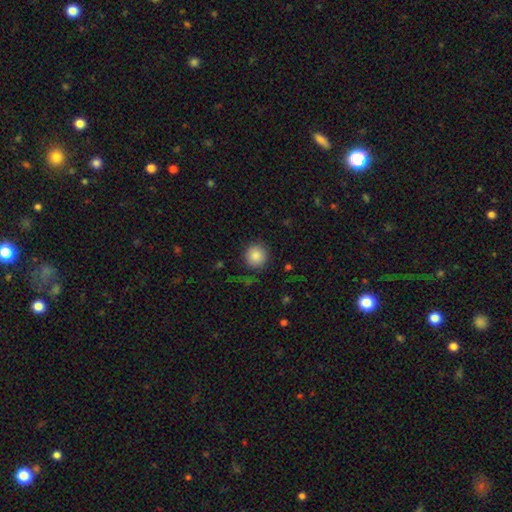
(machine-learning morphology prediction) A smooth galaxy with no disk features (87%) that is round (94%). Merging: none (86%).